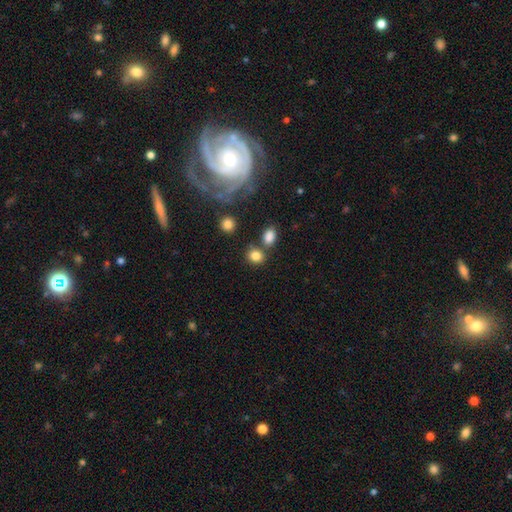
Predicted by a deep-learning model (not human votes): Smooth or featured?
  - smooth: 82% *
  - star or artifact: 11%
  - featured or disk: 7%
How rounded?
  - round: 62% *
  - in between: 37%
  - cigar-shaped: 1%
Merging?
  - none: 67% *
  - merger: 18%
  - minor disturbance: 11%
  - major disturbance: 4%